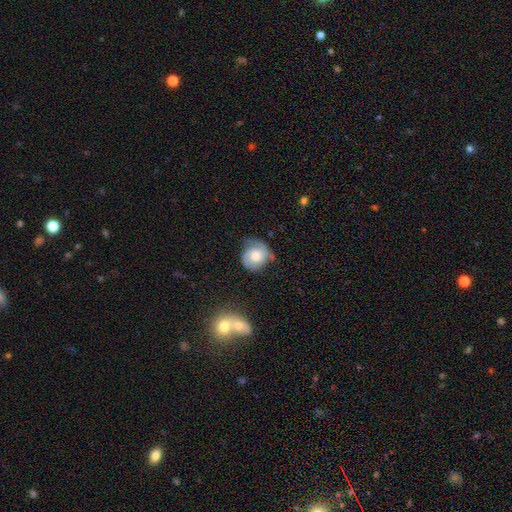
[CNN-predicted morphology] The model was most divided on "spiral winding": tight: 46%, medium: 41%, loose: 13%. More confident: edge-on disk — no (98%); spiral arms — yes (91%); spiral arm count — 2 (75%); bar — no (69%); merging — none (65%); smooth or featured — featured or disk (62%); bulge size — moderate (60%).